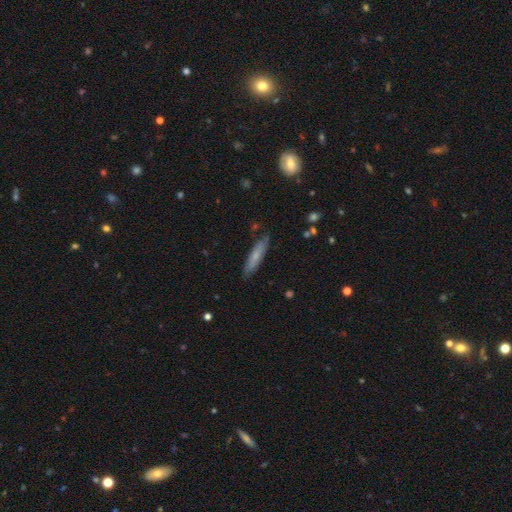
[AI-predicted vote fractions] Overall: smooth (63%; featured or disk 31%). How rounded: cigar-shaped (86%). Merging: none (83%).